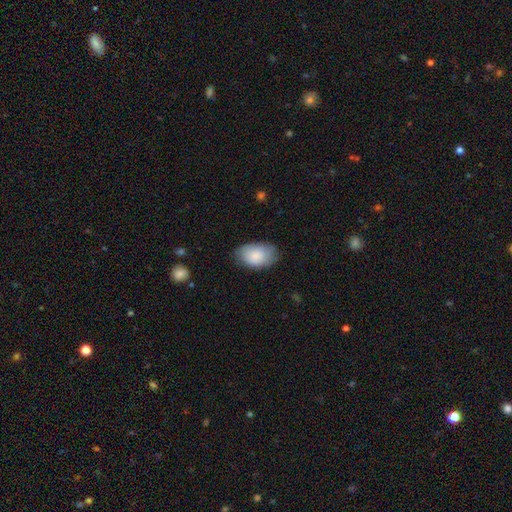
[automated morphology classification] Smooth or featured? Predicted: smooth (p=0.84). How rounded? Predicted: in between (p=0.91). Merging? Predicted: none (p=0.72).